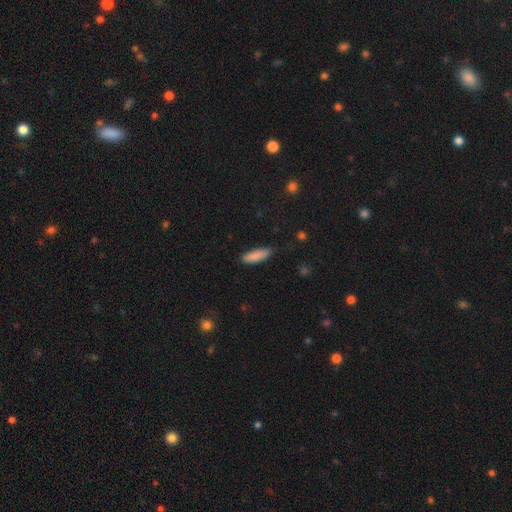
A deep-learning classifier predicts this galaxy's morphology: This is clearly a smooth galaxy (87%). How rounded: possibly cigar-shaped (52%). Merging: clearly none (81%).